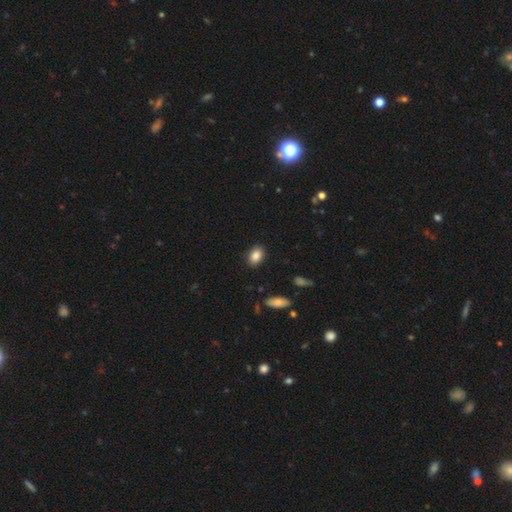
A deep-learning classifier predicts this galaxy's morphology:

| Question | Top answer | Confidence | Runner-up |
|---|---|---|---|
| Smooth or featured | smooth | 87% | star or artifact (8%) |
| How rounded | in between | 81% | round (17%) |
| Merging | none | 88% | minor disturbance (8%) |